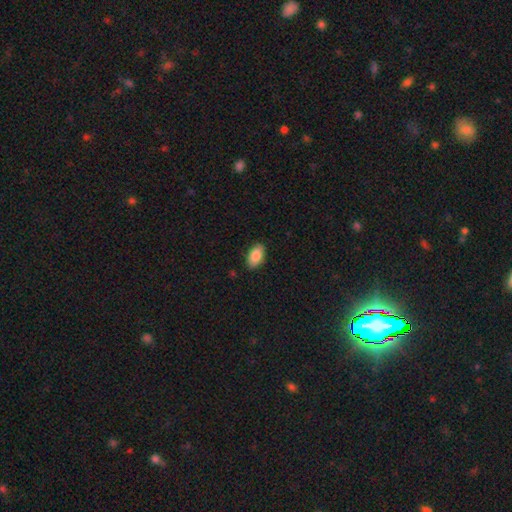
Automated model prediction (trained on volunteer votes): Smooth or featured? smooth (84%)
How rounded? in between (93%)
Merging? none (88%)